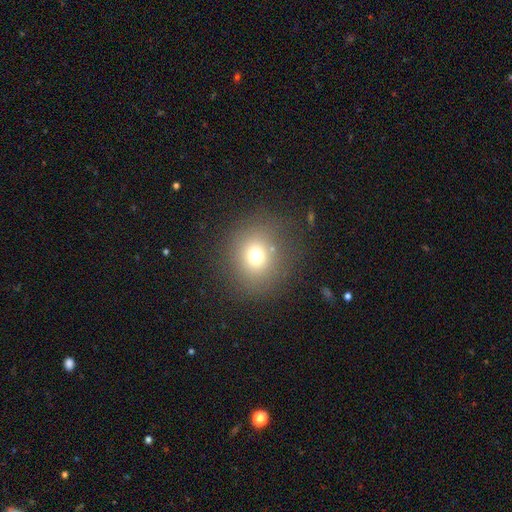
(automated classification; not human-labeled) smooth 70%, star or artifact 19%, featured or disk 11%. Down the decision tree: how rounded — round (83%); merging — none (81%).